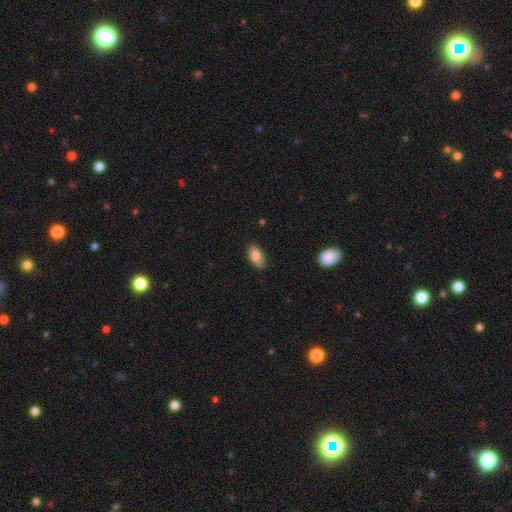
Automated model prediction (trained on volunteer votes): This is clearly a smooth galaxy (84%). How rounded: clearly in between (93%). Merging: clearly none (84%).